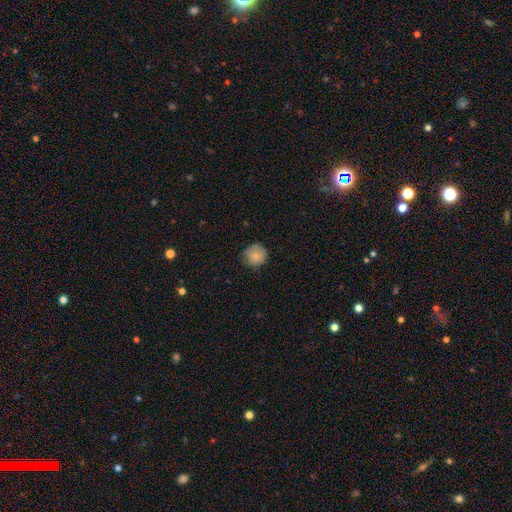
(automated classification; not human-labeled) Morphology: type=smooth (79%); roundness=round (91%); merging=none (76%).